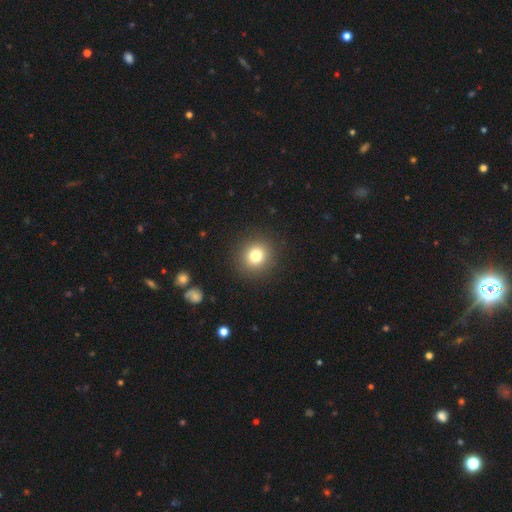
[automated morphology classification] smooth_or_featured: smooth (p=0.79) [alt: star or artifact p=0.12]
how_rounded: round (p=0.90) [alt: in between p=0.09]
merging: none (p=0.91) [alt: minor disturbance p=0.06]